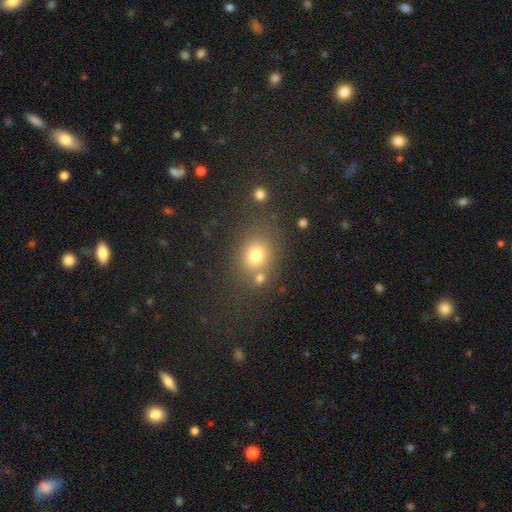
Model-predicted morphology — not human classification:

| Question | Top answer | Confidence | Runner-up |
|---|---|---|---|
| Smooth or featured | smooth | 74% | star or artifact (16%) |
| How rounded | round | 66% | in between (32%) |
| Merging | none | 66% | merger (16%) |